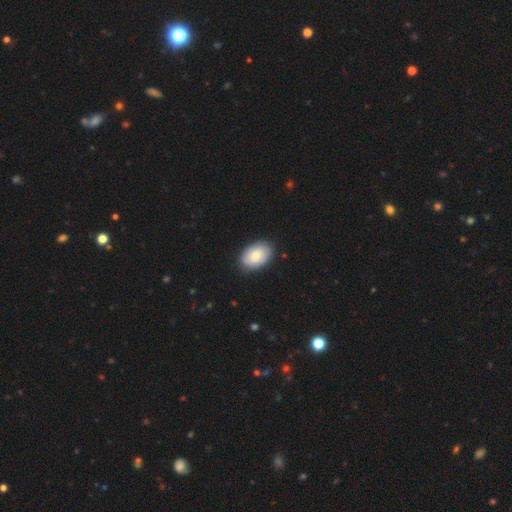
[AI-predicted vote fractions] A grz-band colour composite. It shows a smooth galaxy with no disk features (77%) that is in between round and cigar-shaped (87%). Merging: none (85%).